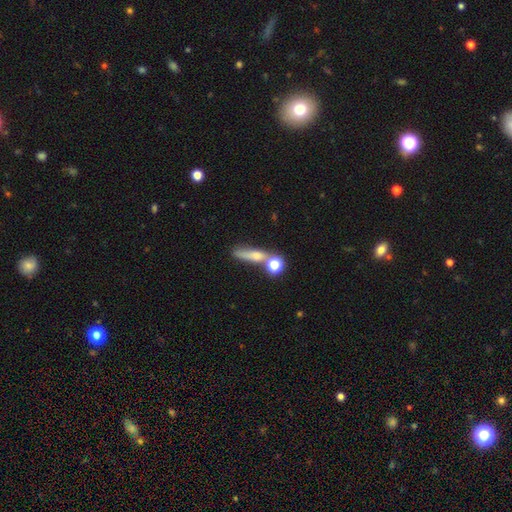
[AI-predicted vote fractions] Overall: smooth (62%; featured or disk 23%). How rounded: cigar-shaped (56%; in between 23%). Merging: none (48%; merger 25%).